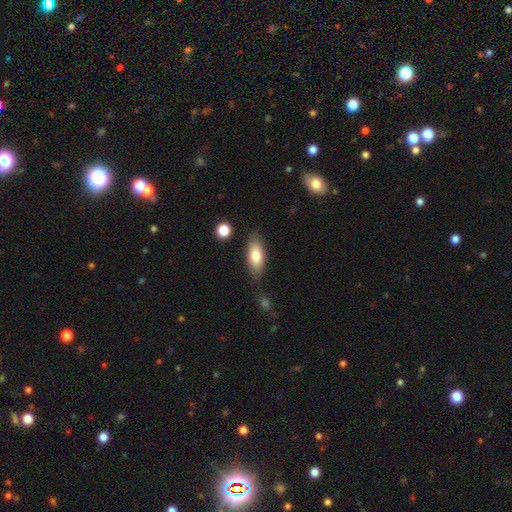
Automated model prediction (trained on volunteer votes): A smooth galaxy with no disk features (78%) that is in between round and cigar-shaped (79%). Merging: none (75%).